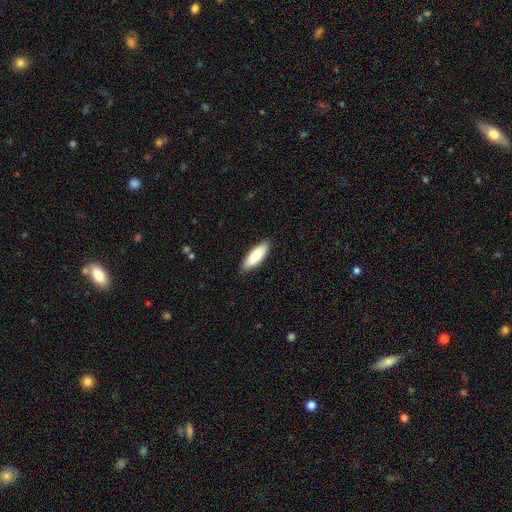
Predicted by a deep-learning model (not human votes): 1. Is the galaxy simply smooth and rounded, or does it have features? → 85% smooth, 10% featured or disk, 5% star or artifact.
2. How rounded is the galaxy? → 59% in between, 39% cigar-shaped, 2% round.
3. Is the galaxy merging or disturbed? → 89% none, 9% minor disturbance, 2% major disturbance, 1% merger.